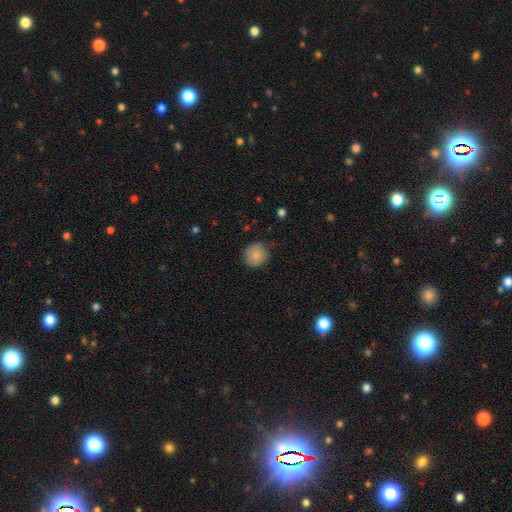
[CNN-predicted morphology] Q: Smooth or featured?
A: smooth (84%); runner-up: featured or disk (8%)
Q: How rounded?
A: round (88%); runner-up: in between (11%)
Q: Merging?
A: none (75%); runner-up: minor disturbance (20%)